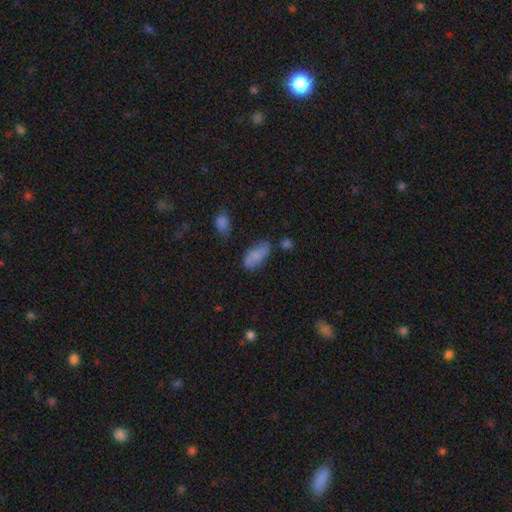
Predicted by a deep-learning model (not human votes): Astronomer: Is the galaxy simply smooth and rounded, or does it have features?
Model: smooth — 62%.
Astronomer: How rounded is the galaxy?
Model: in between — 87%.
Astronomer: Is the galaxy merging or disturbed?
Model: none — 59%.